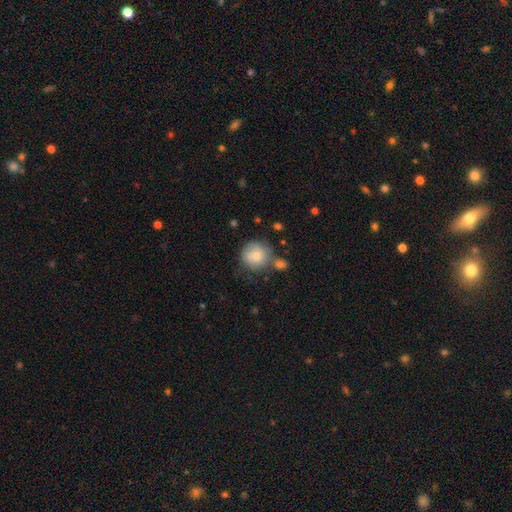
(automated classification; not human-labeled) Smooth or featured?
  - smooth: 75% *
  - featured or disk: 18%
  - star or artifact: 7%
How rounded?
  - round: 90% *
  - in between: 9%
  - cigar-shaped: 1%
Merging?
  - none: 55% *
  - minor disturbance: 20%
  - merger: 17%
  - major disturbance: 7%